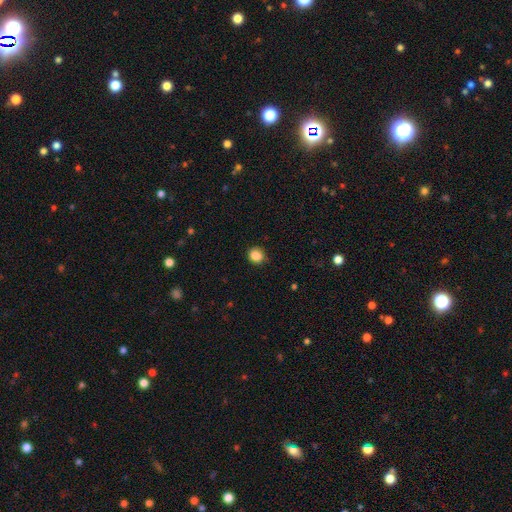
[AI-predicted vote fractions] The model was most divided on "merging": none: 84%, minor disturbance: 12%, major disturbance: 2%, merger: 1%. More confident: smooth or featured — smooth (86%); how rounded — round (86%).